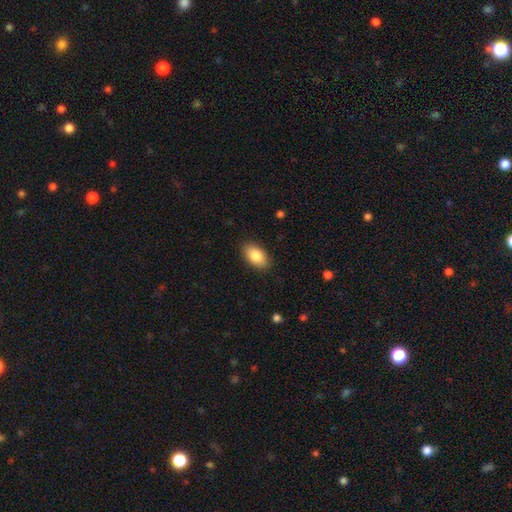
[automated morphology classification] This is clearly a smooth galaxy (85%). How rounded: clearly in between (93%). Merging: clearly none (88%).